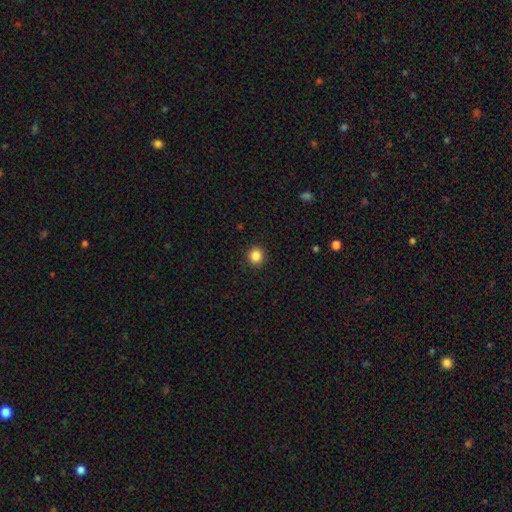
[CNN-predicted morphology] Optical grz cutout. It shows a smooth galaxy with no disk features (86%) that is round (92%). Merging: none (92%).